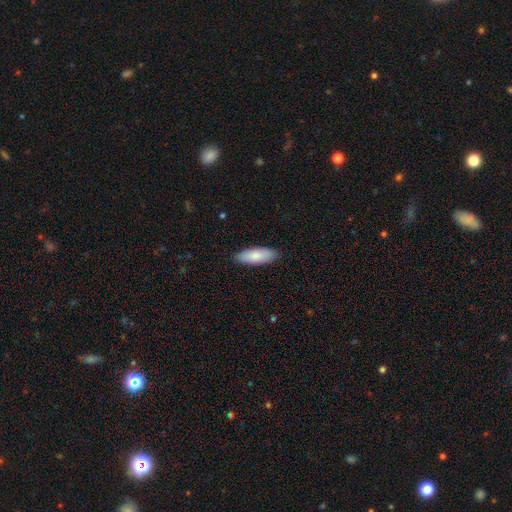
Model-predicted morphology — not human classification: Smooth or featured? Predicted: smooth (p=0.85). How rounded? Predicted: in between (p=0.72). Merging? Predicted: none (p=0.88).